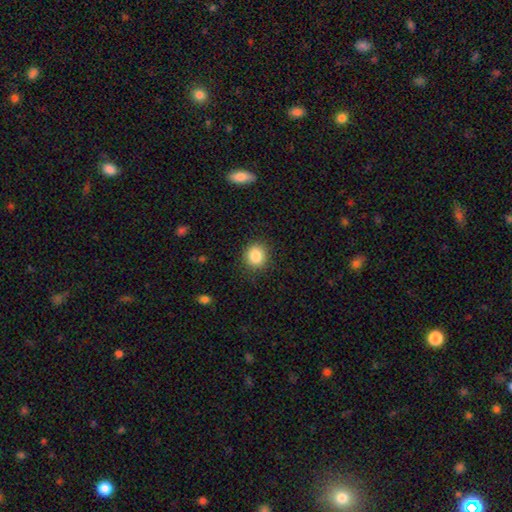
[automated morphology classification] This is clearly a smooth galaxy (86%). How rounded: clearly round (84%). Merging: clearly none (88%).